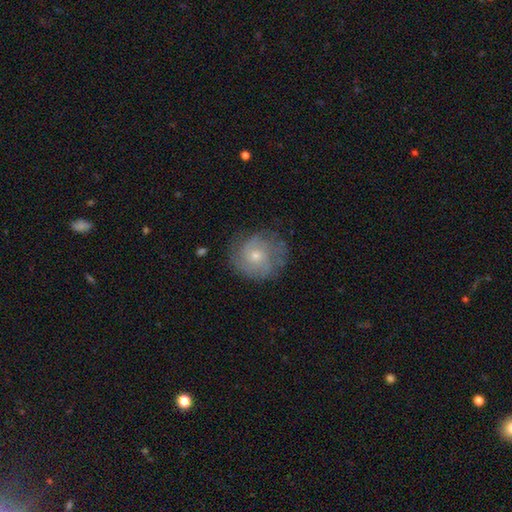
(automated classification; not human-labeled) A featured or disk galaxy (66%) with no bar (77%), tight (54%) spiral arms (87%) and a small central bulge (53%).

Vote fractions:
- Smooth or featured? featured or disk: 66% / smooth: 26% / star or artifact: 9%
- Edge-on disk? no: 97% / yes: 3%
- Bar? no: 77% / weak: 20% / strong: 3%
- Spiral arms? yes: 87% / no: 13%
- Spiral winding? tight: 54% / medium: 35% / loose: 11%
- Spiral arm count? can't tell: 36% / 2: 31% / 3: 18% / 4: 6% / 1: 5% / more than 4: 4%
- Bulge size? small: 53% / moderate: 43% / none: 2% / large: 2% / dominant: 1%
- Merging? none: 74% / minor disturbance: 18% / major disturbance: 7% / merger: 1%